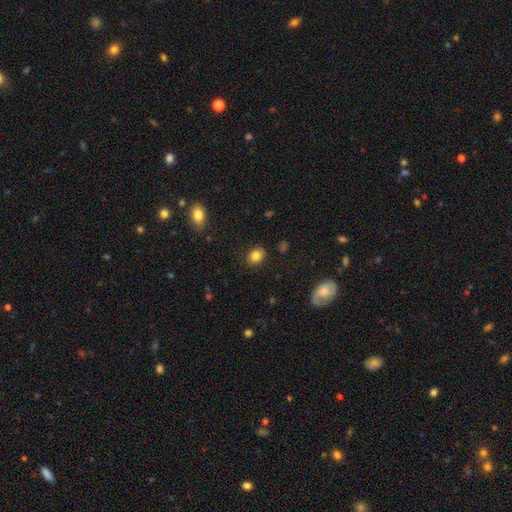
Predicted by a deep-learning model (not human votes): Smooth or featured?
  - smooth: 84% *
  - star or artifact: 9%
  - featured or disk: 7%
How rounded?
  - in between: 54% *
  - round: 45%
  - cigar-shaped: 1%
Merging?
  - none: 85% *
  - minor disturbance: 11%
  - major disturbance: 3%
  - merger: 1%